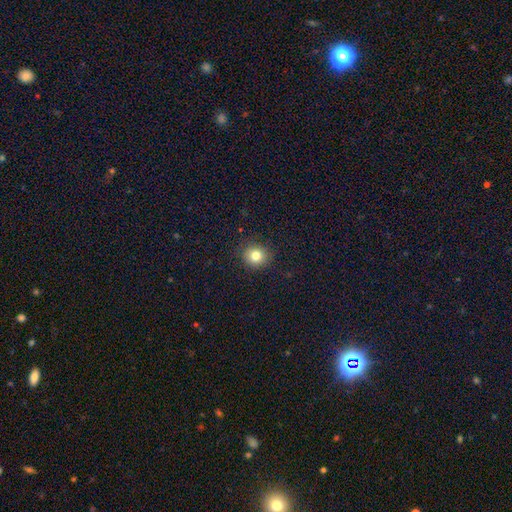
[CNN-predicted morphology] Overall: smooth (81%). How rounded: round (86%). Merging: none (90%).